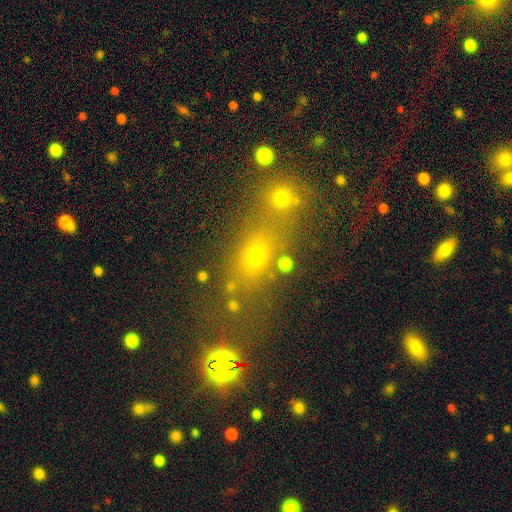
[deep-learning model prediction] smooth 48%, star or artifact 37%, featured or disk 15%. Down the decision tree: merging — none (57%).